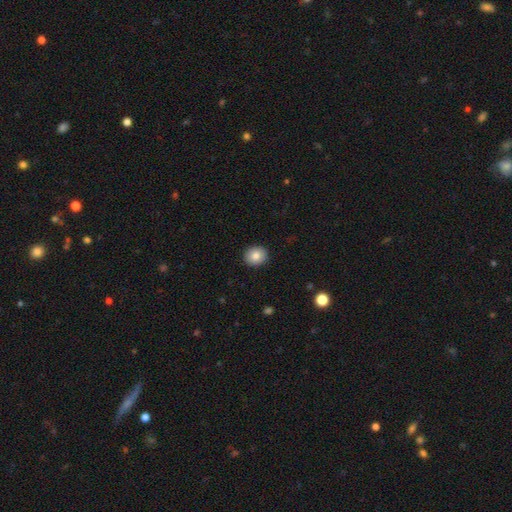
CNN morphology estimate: Smooth or featured: smooth — 83% (featured or disk — 9%)
How rounded: round — 77% (in between — 22%)
Merging: none — 92% (minor disturbance — 6%)